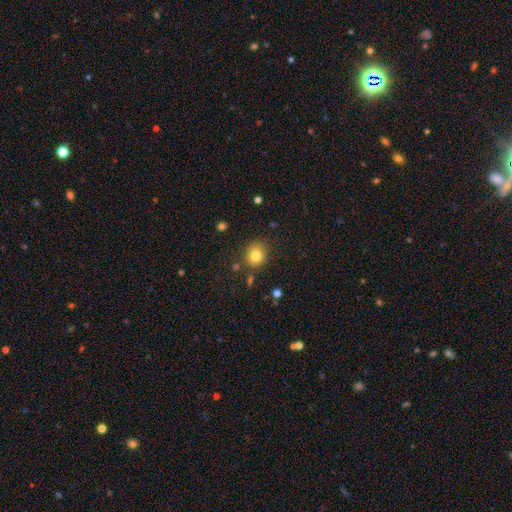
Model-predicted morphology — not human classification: type=smooth (80%); roundness=round (78%); merging=none (81%).